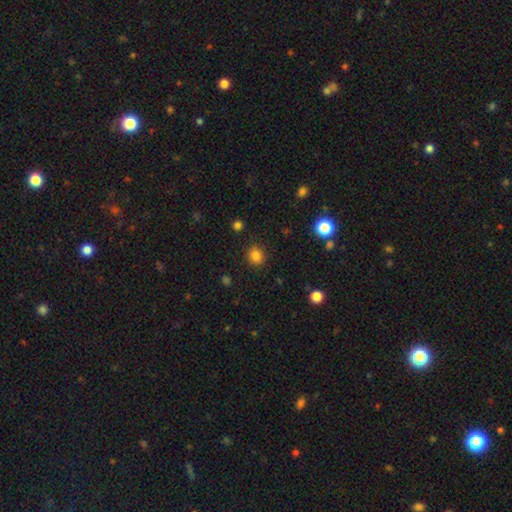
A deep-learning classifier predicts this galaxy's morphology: smooth-or-featured: smooth: 82% | star or artifact: 13% | featured or disk: 5%
  how-rounded: round: 71% | in between: 28% | cigar-shaped: 1%
  merging: none: 88% | minor disturbance: 8% | major disturbance: 3% | merger: 1%